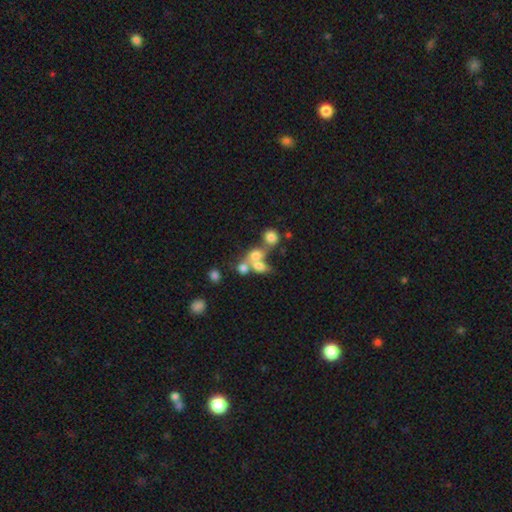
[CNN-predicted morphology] Smooth or featured? smooth (60%)
How rounded? round (51%)
Merging? merger (58%)